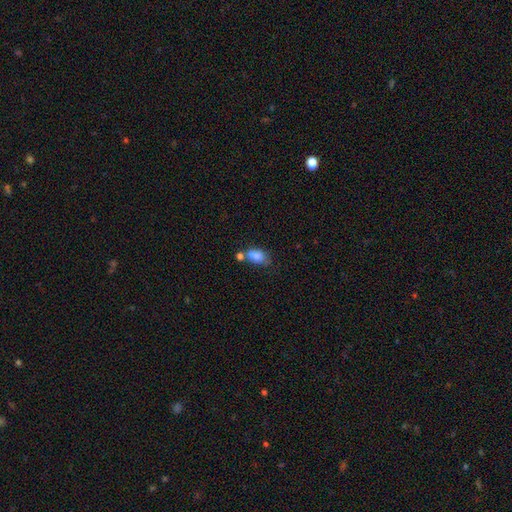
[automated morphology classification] Smooth or featured?
  - smooth: 79% *
  - featured or disk: 12%
  - star or artifact: 9%
How rounded?
  - in between: 84% *
  - round: 13%
  - cigar-shaped: 2%
Merging?
  - merger: 37% *
  - none: 35%
  - minor disturbance: 19%
  - major disturbance: 9%